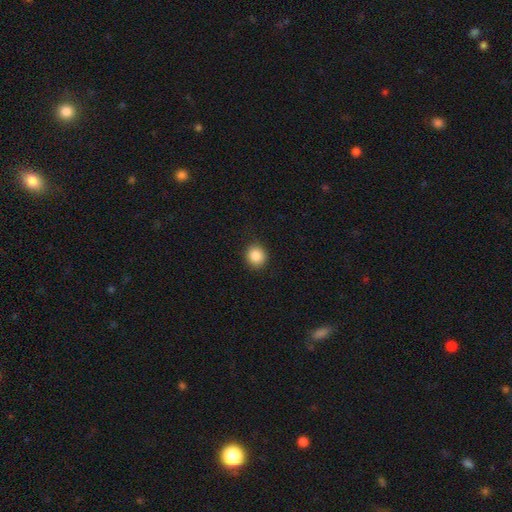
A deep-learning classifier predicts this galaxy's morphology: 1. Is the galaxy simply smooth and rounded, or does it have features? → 87% smooth, 9% star or artifact, 4% featured or disk.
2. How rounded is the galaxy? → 91% round, 8% in between, 1% cigar-shaped.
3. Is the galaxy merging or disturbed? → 91% none, 6% minor disturbance, 2% major disturbance, 1% merger.